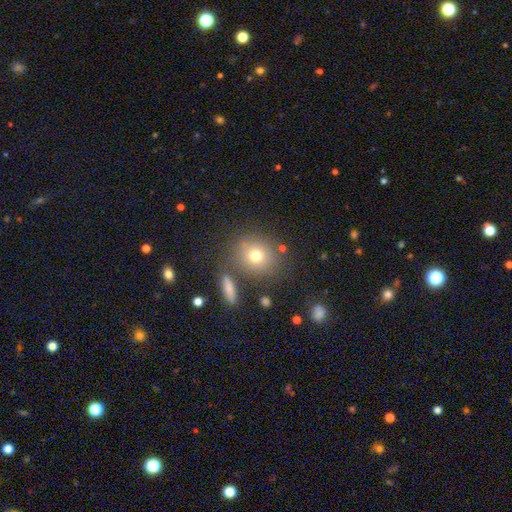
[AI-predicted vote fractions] This is likely a smooth galaxy (73%). How rounded: likely round (80%). Merging: likely none (76%).